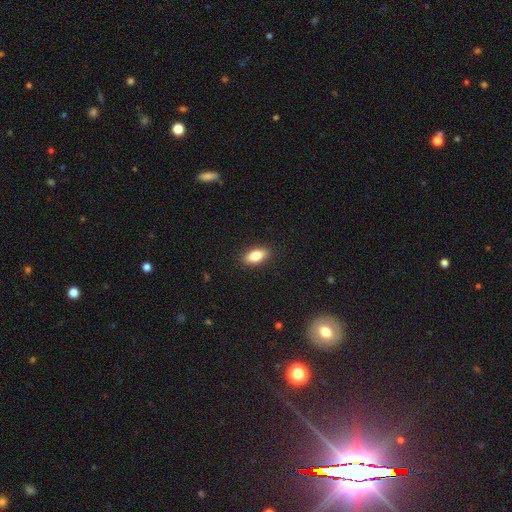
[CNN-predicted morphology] smooth_or_featured: smooth (p=0.80) [alt: featured or disk p=0.13]
how_rounded: in between (p=0.86) [alt: cigar-shaped p=0.09]
merging: none (p=0.89) [alt: minor disturbance p=0.08]